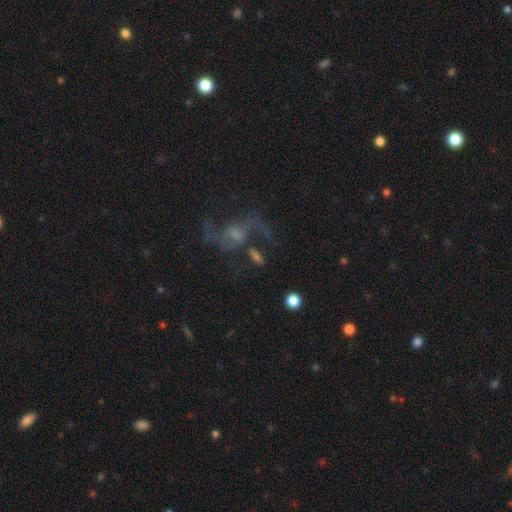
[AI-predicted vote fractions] smooth_or_featured: featured or disk (p=0.58) [alt: smooth p=0.23]
disk_edge_on: no (p=0.94) [alt: yes p=0.06]
bar: no (p=0.45) [alt: weak p=0.40]
has_spiral_arms: yes (p=0.77) [alt: no p=0.23]
bulge_size: small (p=0.36) [alt: moderate p=0.31]
merging: none (p=0.46) [alt: major disturbance p=0.23]